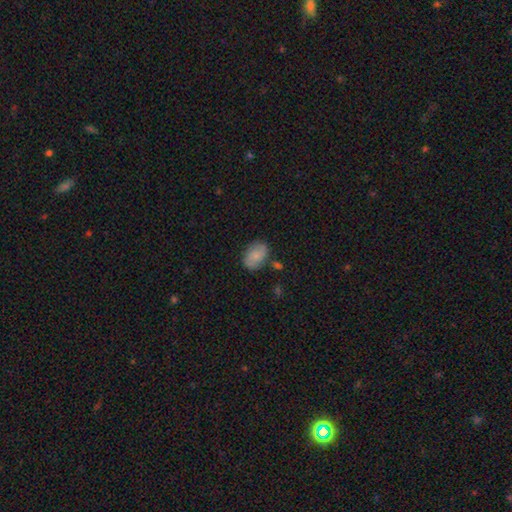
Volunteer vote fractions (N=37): smooth 68%, featured or disk 24%, star or artifact 8%. Down the decision tree: how rounded — in between (80%); merging — none (71%).